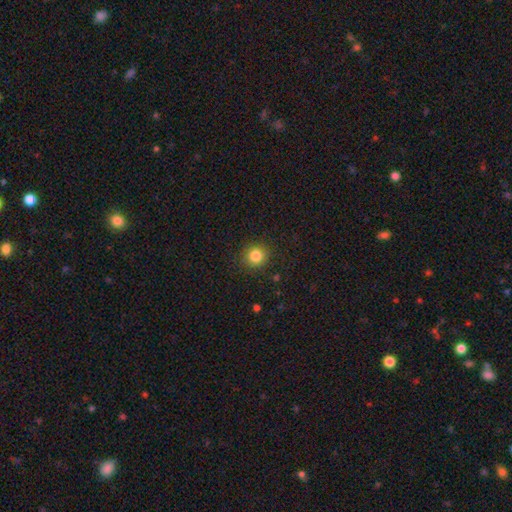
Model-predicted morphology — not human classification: Smooth or featured? smooth (84%)
How rounded? round (91%)
Merging? none (90%)